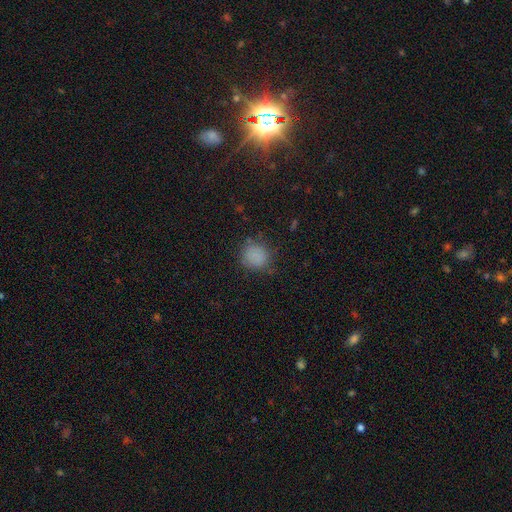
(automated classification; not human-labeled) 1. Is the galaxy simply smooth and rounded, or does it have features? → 83% smooth, 12% star or artifact, 5% featured or disk.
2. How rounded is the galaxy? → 85% round, 14% in between, 1% cigar-shaped.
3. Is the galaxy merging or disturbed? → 78% none, 15% minor disturbance, 5% major disturbance, 2% merger.